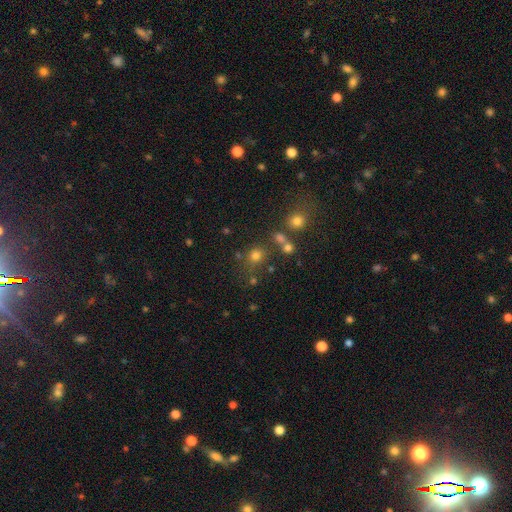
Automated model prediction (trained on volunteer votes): smooth-or-featured: smooth: 69% | star or artifact: 23% | featured or disk: 8%
  how-rounded: round: 83% | in between: 16% | cigar-shaped: 1%
  merging: none: 68% | merger: 16% | minor disturbance: 10% | major disturbance: 6%